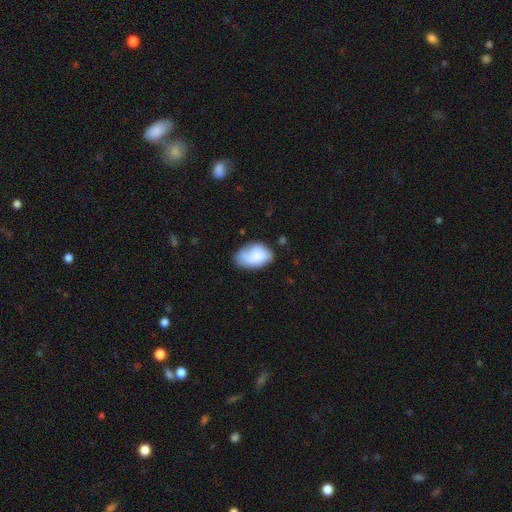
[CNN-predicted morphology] smooth-or-featured: smooth: 74% | featured or disk: 19% | star or artifact: 7%
  how-rounded: in between: 88% | round: 11% | cigar-shaped: 1%
  merging: none: 48% | minor disturbance: 32% | major disturbance: 14% | merger: 6%